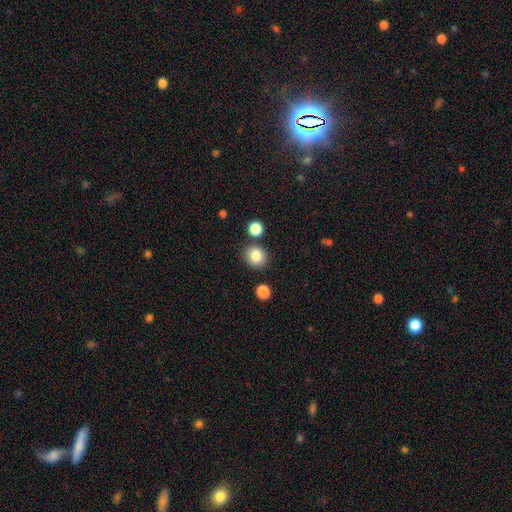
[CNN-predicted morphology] Q: Smooth or featured?
A: smooth (84%); runner-up: star or artifact (10%)
Q: How rounded?
A: round (75%); runner-up: in between (24%)
Q: Merging?
A: none (83%); runner-up: minor disturbance (9%)